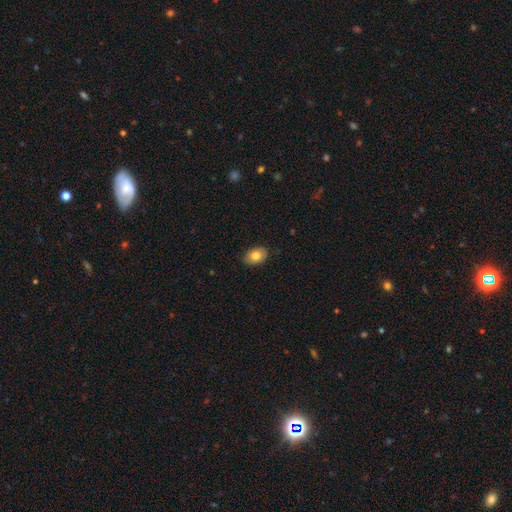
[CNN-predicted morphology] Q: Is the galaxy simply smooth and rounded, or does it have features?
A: smooth — 82%.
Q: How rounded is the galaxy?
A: in between — 81%.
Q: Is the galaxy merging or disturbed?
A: none — 86%.